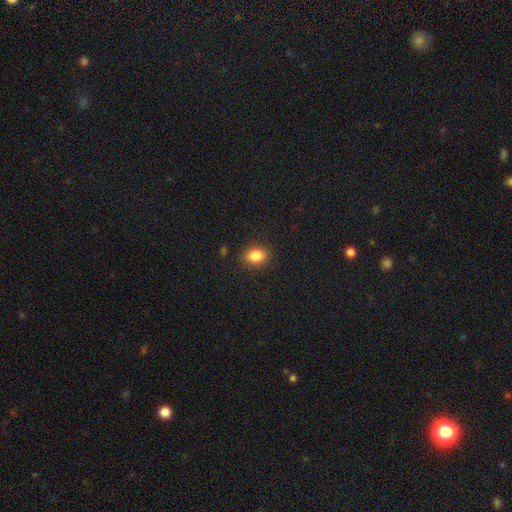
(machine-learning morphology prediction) Smooth or featured? smooth (85%)
How rounded? in between (62%)
Merging? none (88%)